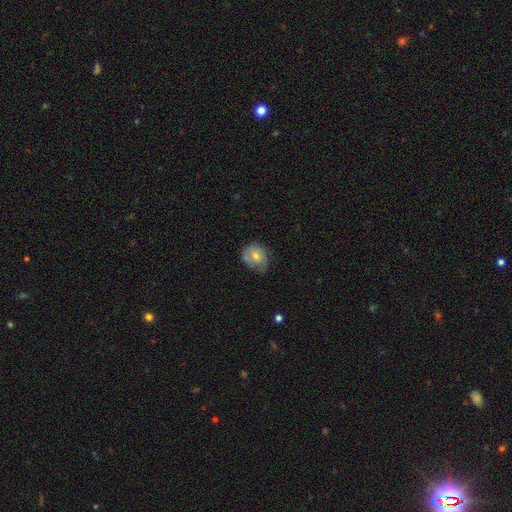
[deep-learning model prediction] This is possibly a smooth galaxy (54%). How rounded: likely round (63%). Merging: possibly none (59%).